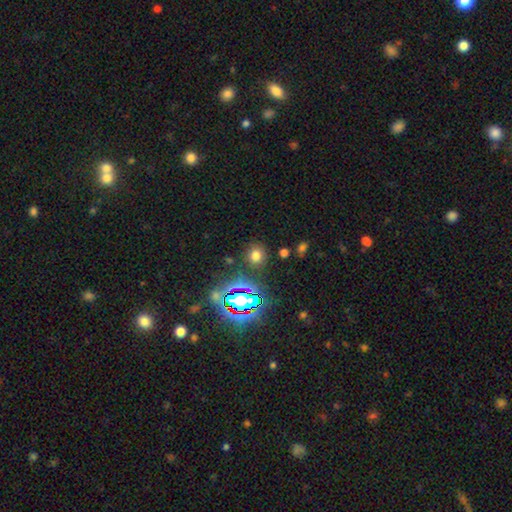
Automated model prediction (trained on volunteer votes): Smooth or featured?
  - smooth: 66% *
  - star or artifact: 26%
  - featured or disk: 8%
How rounded?
  - round: 78% *
  - in between: 20%
  - cigar-shaped: 1%
Merging?
  - none: 85% *
  - minor disturbance: 8%
  - major disturbance: 4%
  - merger: 3%